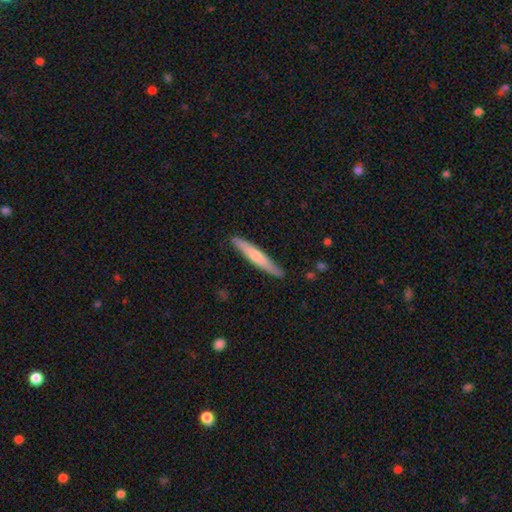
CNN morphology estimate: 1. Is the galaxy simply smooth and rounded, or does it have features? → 61% smooth, 34% featured or disk, 5% star or artifact.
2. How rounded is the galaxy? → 94% cigar-shaped, 5% in between, 1% round.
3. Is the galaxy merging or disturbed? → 88% none, 10% minor disturbance, 2% major disturbance, 1% merger.